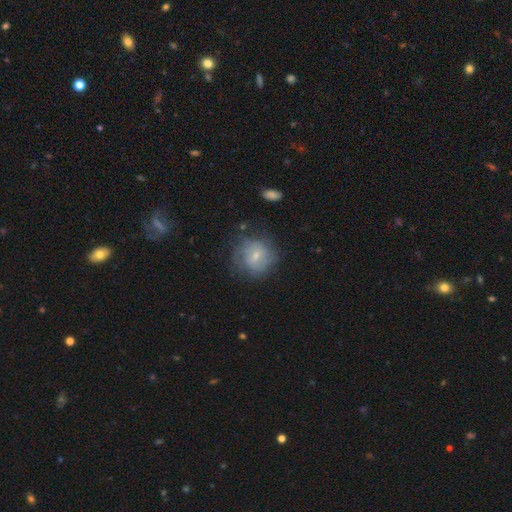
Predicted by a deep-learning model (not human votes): Overall: smooth (46%; featured or disk 45%). Merging: none (64%).